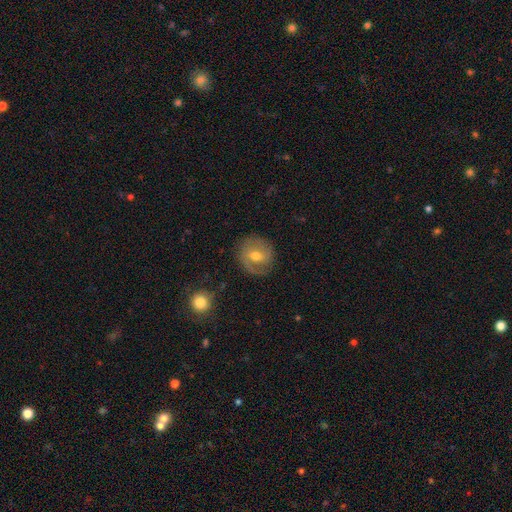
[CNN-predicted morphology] This is possibly a featured or disk galaxy (58%). It is clearly not viewed edge-on (96%). Bar: possibly weak (48%). Spiral arm pattern: likely yes (78%). Central bulge: likely moderate (71%). Merging: likely none (79%).